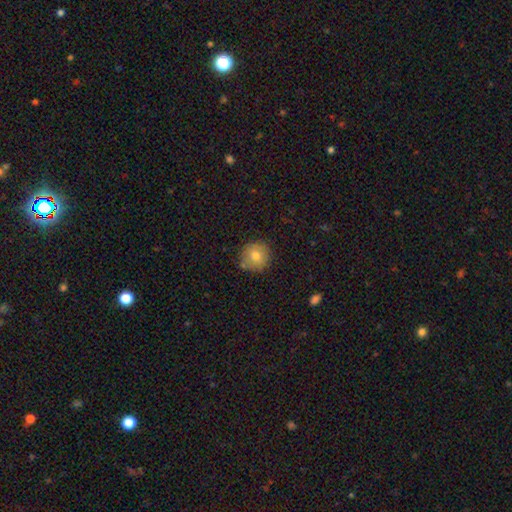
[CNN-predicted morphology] smooth_or_featured: smooth (p=0.76) [alt: featured or disk p=0.14]
how_rounded: round (p=0.91) [alt: in between p=0.08]
merging: none (p=0.81) [alt: minor disturbance p=0.13]